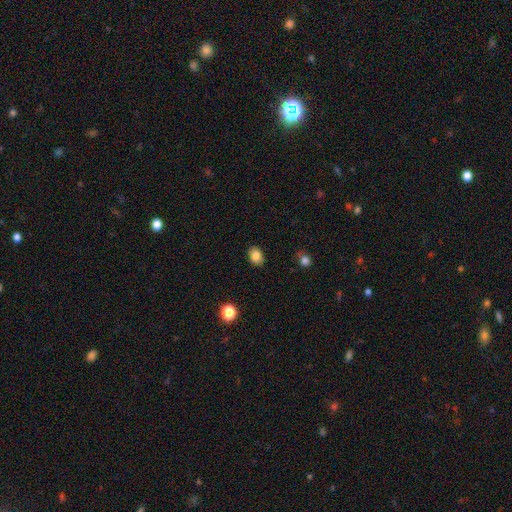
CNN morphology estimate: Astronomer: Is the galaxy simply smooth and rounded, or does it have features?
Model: smooth — 83%.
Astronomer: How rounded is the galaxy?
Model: in between — 65%.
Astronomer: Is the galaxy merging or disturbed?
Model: none — 86%.